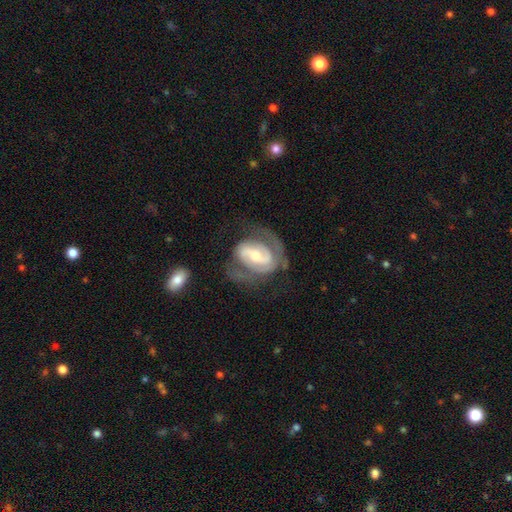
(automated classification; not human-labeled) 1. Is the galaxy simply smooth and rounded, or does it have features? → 84% featured or disk, 11% smooth, 5% star or artifact.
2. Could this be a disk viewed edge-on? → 97% no, 3% yes.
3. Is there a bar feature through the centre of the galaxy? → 43% weak, 36% strong, 21% no.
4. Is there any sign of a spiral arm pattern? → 92% yes, 8% no.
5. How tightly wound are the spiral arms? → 46% medium, 37% tight, 17% loose.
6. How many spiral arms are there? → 81% 2, 8% can't tell, 5% 1, 3% 3, 1% 4, 1% more than 4.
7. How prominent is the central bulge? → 52% moderate, 38% small, 6% large, 2% none, 1% dominant.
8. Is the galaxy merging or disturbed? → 57% none, 21% minor disturbance, 20% major disturbance, 2% merger.